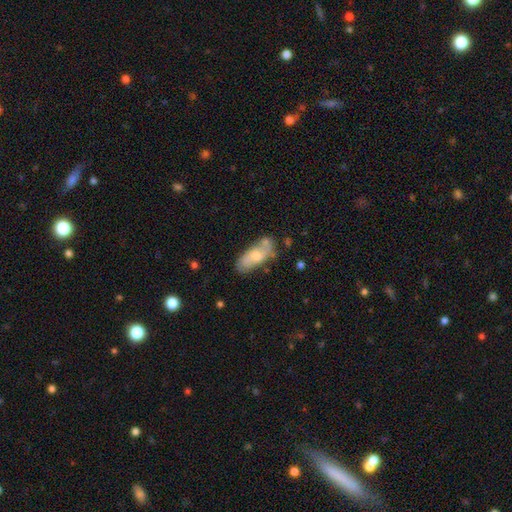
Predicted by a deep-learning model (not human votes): This is possibly a featured or disk galaxy (49%). Merging: likely none (62%).